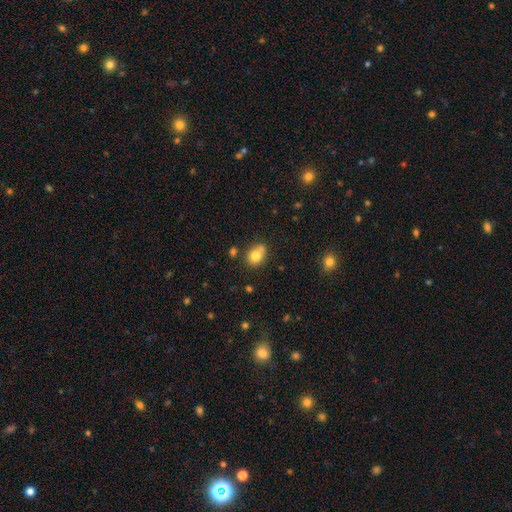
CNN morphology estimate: smooth-or-featured: smooth: 78% | featured or disk: 11% | star or artifact: 10%
  how-rounded: round: 50% | in between: 49% | cigar-shaped: 1%
  merging: none: 54% | minor disturbance: 23% | merger: 16% | major disturbance: 7%